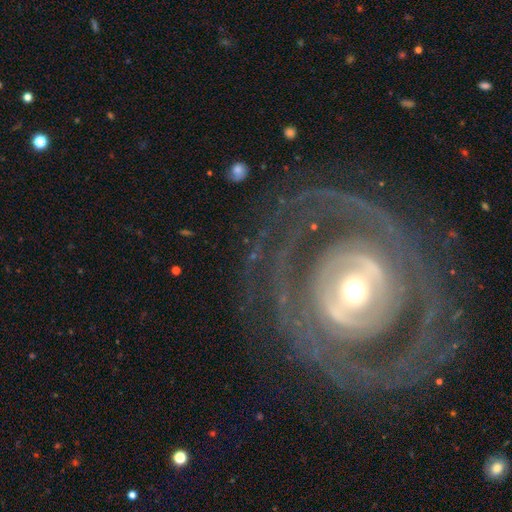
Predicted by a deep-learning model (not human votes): Q: Smooth or featured?
A: featured or disk (84%); runner-up: smooth (10%)
Q: Edge-on disk?
A: no (95%); runner-up: yes (5%)
Q: Bar?
A: no (39%); runner-up: strong (31%)
Q: Spiral arms?
A: yes (75%); runner-up: no (25%)
Q: Spiral winding?
A: tight (66%); runner-up: medium (24%)
Q: Spiral arm count?
A: 2 (34%); runner-up: can't tell (33%)
Q: Bulge size?
A: moderate (56%); runner-up: small (28%)
Q: Merging?
A: none (77%); runner-up: minor disturbance (11%)